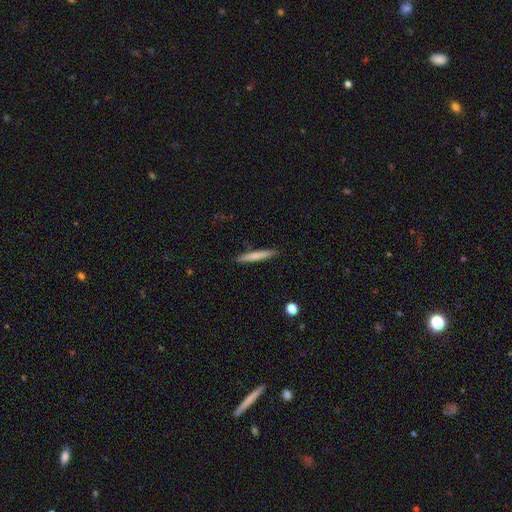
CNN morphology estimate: The model was most divided on "smooth or featured": smooth: 72%, featured or disk: 22%, star or artifact: 6%. More confident: how rounded — cigar-shaped (96%); merging — none (91%).